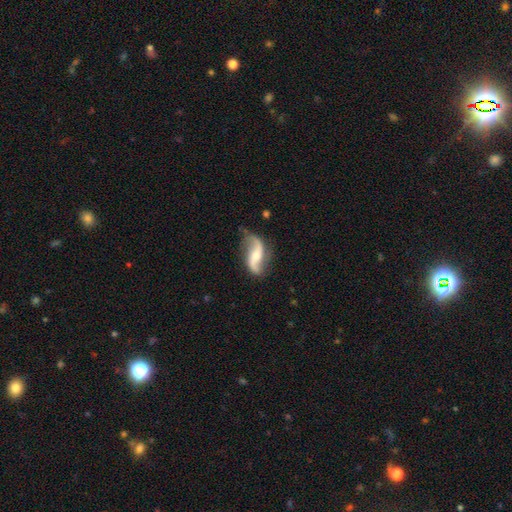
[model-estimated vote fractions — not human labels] This is clearly a featured or disk galaxy (85%). It is clearly not viewed edge-on (95%). Bar: marginally no (45%). Spiral arm pattern: clearly yes (96%). Spiral arm count: clearly 2 (93%). Spiral winding: clearly loose (84%). Central bulge: possibly moderate (53%). Merging: likely none (74%).